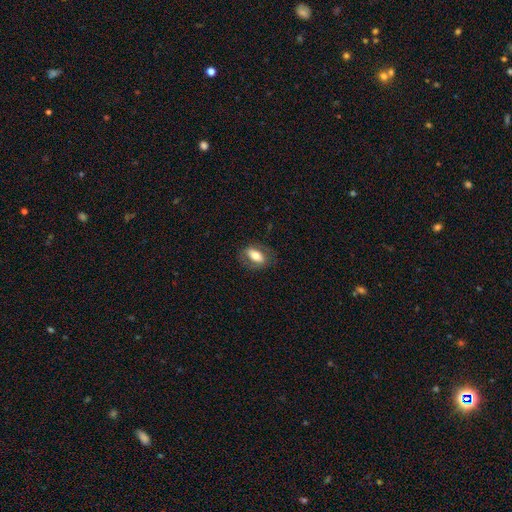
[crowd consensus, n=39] Overall: smooth (51%; featured or disk 44%). How rounded: in between (90%). Merging: none (84%).